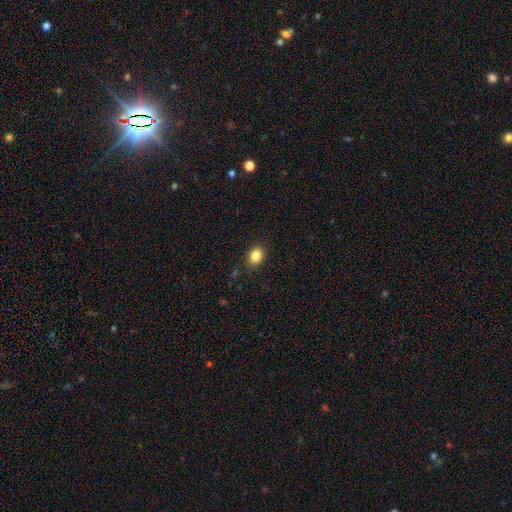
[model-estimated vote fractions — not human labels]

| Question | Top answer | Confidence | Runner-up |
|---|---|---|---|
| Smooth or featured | smooth | 85% | star or artifact (10%) |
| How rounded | in between | 66% | round (33%) |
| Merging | none | 87% | minor disturbance (10%) |